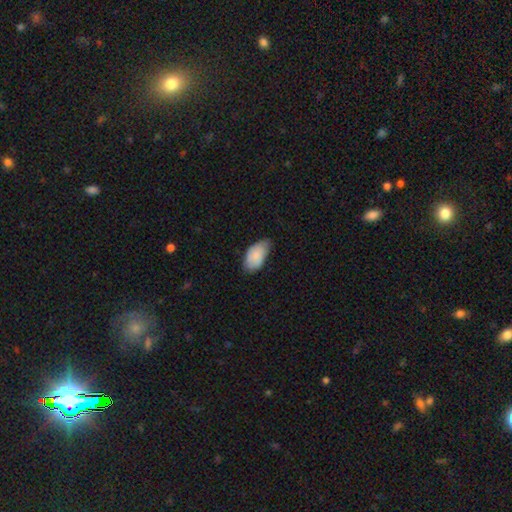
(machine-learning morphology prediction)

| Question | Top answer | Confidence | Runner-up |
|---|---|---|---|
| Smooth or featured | smooth | 85% | featured or disk (10%) |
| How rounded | in between | 95% | round (3%) |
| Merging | none | 58% | minor disturbance (36%) |